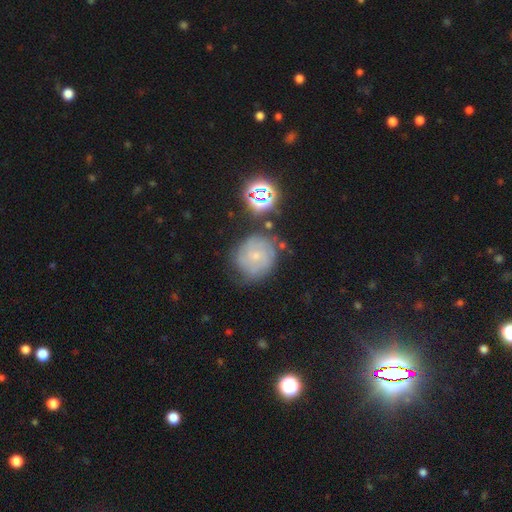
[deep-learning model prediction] Smooth or featured?
  - featured or disk: 58% *
  - smooth: 29%
  - star or artifact: 13%
Edge-on disk?
  - no: 97% *
  - yes: 3%
Bar?
  - no: 70% *
  - weak: 25%
  - strong: 4%
Spiral arms?
  - yes: 86% *
  - no: 14%
Bulge size?
  - small: 68% *
  - moderate: 21%
  - none: 8%
  - large: 2%
  - dominant: 1%
Merging?
  - none: 65% *
  - minor disturbance: 22%
  - major disturbance: 8%
  - merger: 5%